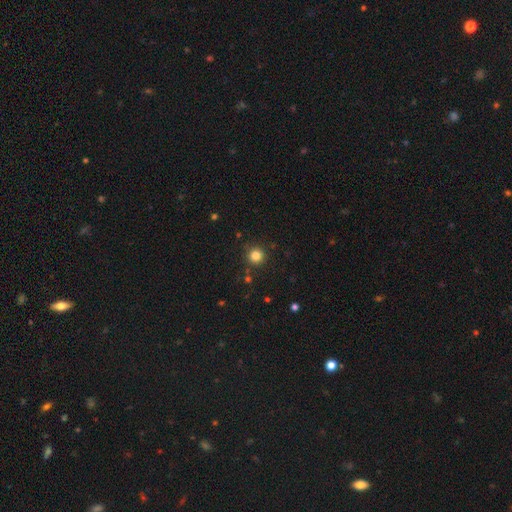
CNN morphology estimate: Q: Smooth or featured?
A: smooth (82%); runner-up: star or artifact (13%)
Q: How rounded?
A: round (95%); runner-up: in between (4%)
Q: Merging?
A: none (88%); runner-up: minor disturbance (7%)